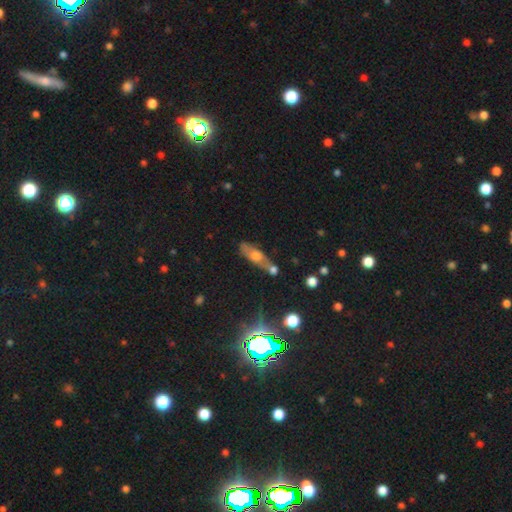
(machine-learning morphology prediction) Q: Smooth or featured?
A: featured or disk (47%); runner-up: smooth (40%)
Q: Merging?
A: none (61%); runner-up: minor disturbance (19%)